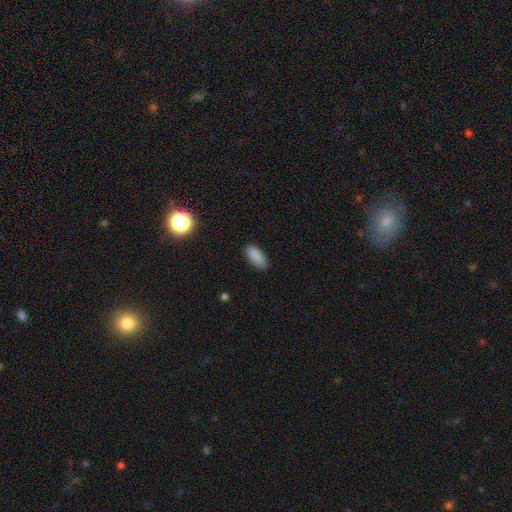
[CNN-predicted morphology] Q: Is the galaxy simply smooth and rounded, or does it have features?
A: smooth — 89%.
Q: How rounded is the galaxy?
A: in between — 86%.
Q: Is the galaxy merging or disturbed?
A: none — 86%.